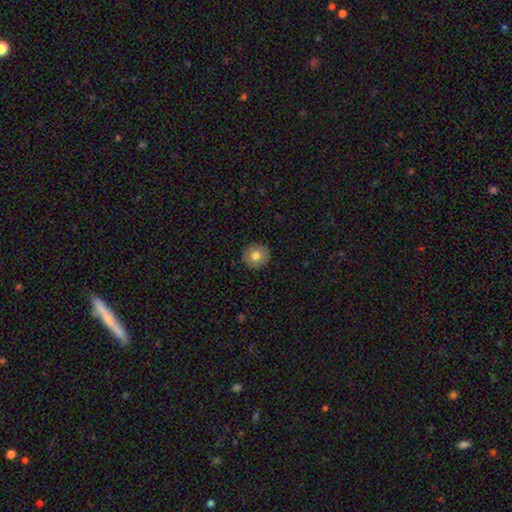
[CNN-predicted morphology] A smooth galaxy with no disk features (78%) that is round (91%). Merging: none (91%).